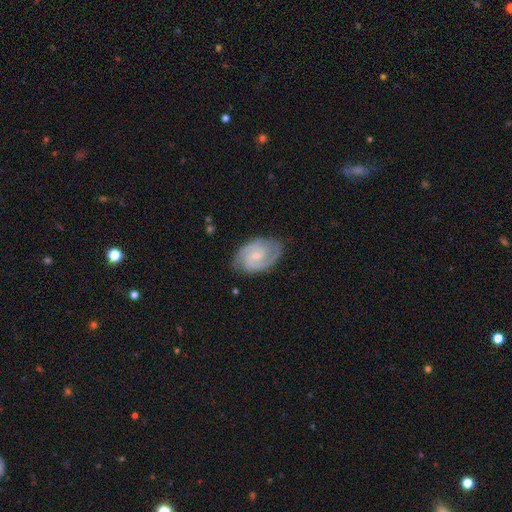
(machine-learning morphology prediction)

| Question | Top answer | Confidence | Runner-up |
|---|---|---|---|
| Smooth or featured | featured or disk | 86% | smooth (9%) |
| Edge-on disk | no | 97% | yes (3%) |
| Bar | weak | 54% | no (36%) |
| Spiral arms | yes | 97% | no (3%) |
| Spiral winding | medium | 46% | tight (45%) |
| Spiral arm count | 2 | 86% | can't tell (6%) |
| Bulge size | small | 58% | moderate (27%) |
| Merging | none | 80% | minor disturbance (15%) |